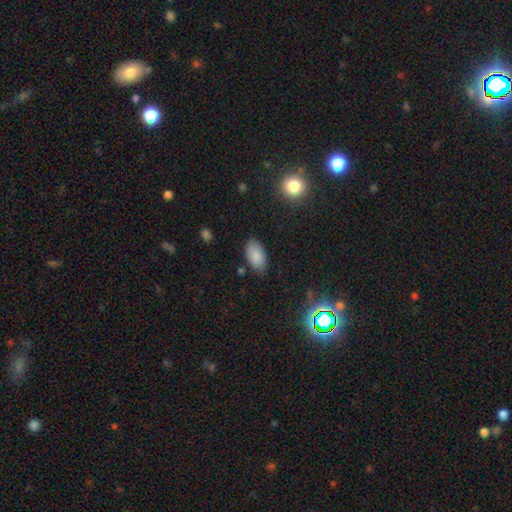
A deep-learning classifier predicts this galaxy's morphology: Overall: smooth (85%). How rounded: in between (95%). Merging: none (82%).